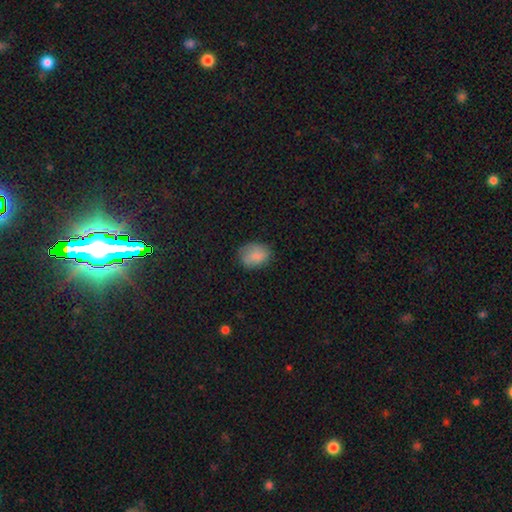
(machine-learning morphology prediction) A smooth galaxy with no disk features (84%) that is in between round and cigar-shaped (60%).

Vote fractions:
- Smooth or featured? smooth: 84% / featured or disk: 8% / star or artifact: 8%
- How rounded? in between: 60% / round: 39% / cigar-shaped: 1%
- Merging? none: 70% / minor disturbance: 23% / major disturbance: 6% / merger: 1%